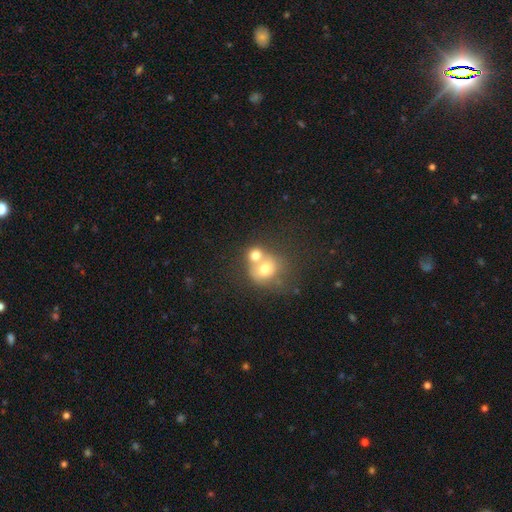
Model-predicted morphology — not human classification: Smooth or featured?
  - smooth: 68% *
  - featured or disk: 21%
  - star or artifact: 11%
How rounded?
  - round: 73% *
  - in between: 26%
  - cigar-shaped: 1%
Merging?
  - merger: 64% *
  - none: 26%
  - minor disturbance: 6%
  - major disturbance: 4%